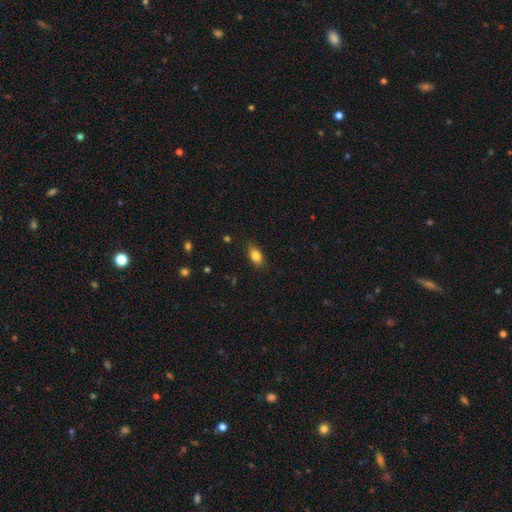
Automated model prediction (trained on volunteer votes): Smooth or featured?
  - smooth: 84% *
  - star or artifact: 8%
  - featured or disk: 8%
How rounded?
  - in between: 87% *
  - round: 8%
  - cigar-shaped: 5%
Merging?
  - none: 84% *
  - minor disturbance: 12%
  - major disturbance: 3%
  - merger: 1%